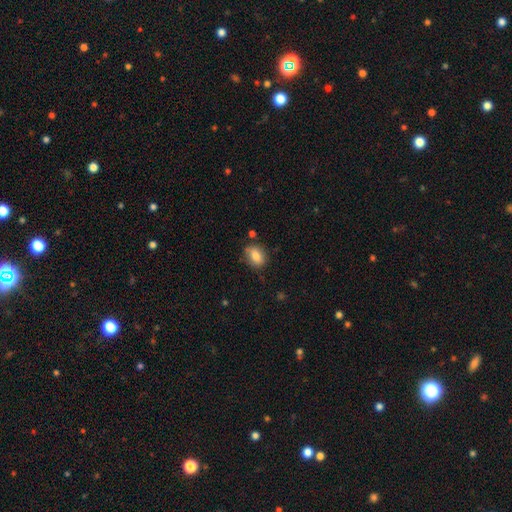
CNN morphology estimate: Smooth or featured: smooth — 81% (featured or disk — 10%)
How rounded: in between — 66% (round — 33%)
Merging: none — 74% (minor disturbance — 18%)